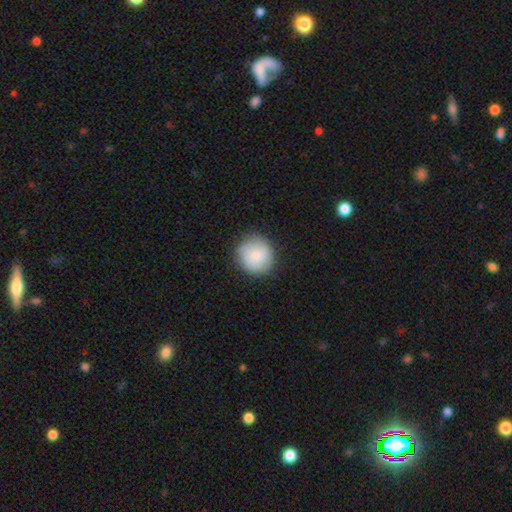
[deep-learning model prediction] Overall: smooth (84%). How rounded: round (91%). Merging: none (85%).